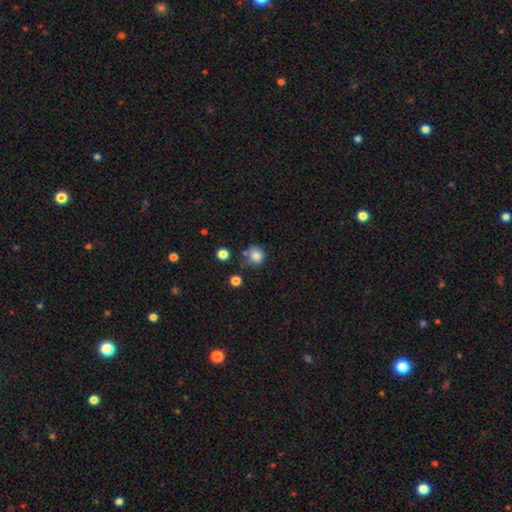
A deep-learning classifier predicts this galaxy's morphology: smooth_or_featured: smooth (p=0.83) [alt: star or artifact p=0.11]
how_rounded: round (p=0.81) [alt: in between p=0.18]
merging: none (p=0.60) [alt: minor disturbance p=0.23]